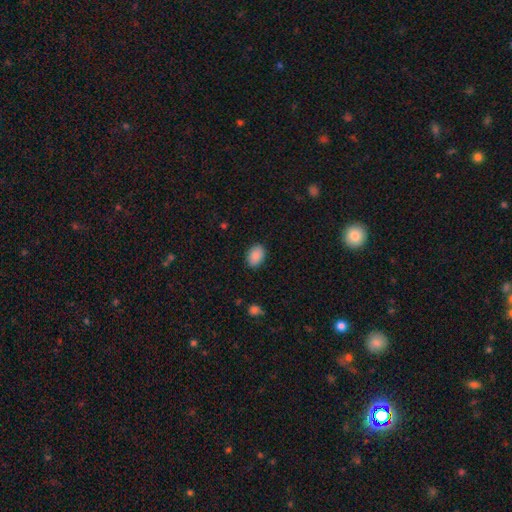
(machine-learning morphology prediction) Smooth or featured?
  - smooth: 89% *
  - star or artifact: 8%
  - featured or disk: 3%
How rounded?
  - in between: 82% *
  - round: 17%
  - cigar-shaped: 1%
Merging?
  - none: 87% *
  - minor disturbance: 9%
  - major disturbance: 2%
  - merger: 1%